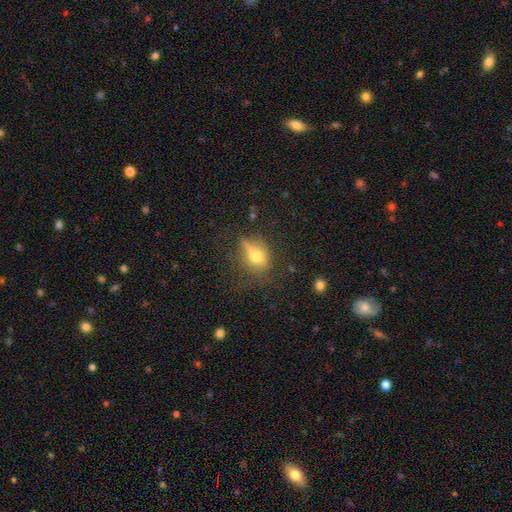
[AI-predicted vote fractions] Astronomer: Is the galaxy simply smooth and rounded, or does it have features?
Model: smooth — 51% (runner-up: featured or disk, 34%).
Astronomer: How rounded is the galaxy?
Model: in between — 54% (runner-up: round, 32%).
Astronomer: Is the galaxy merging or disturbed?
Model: none — 56%.